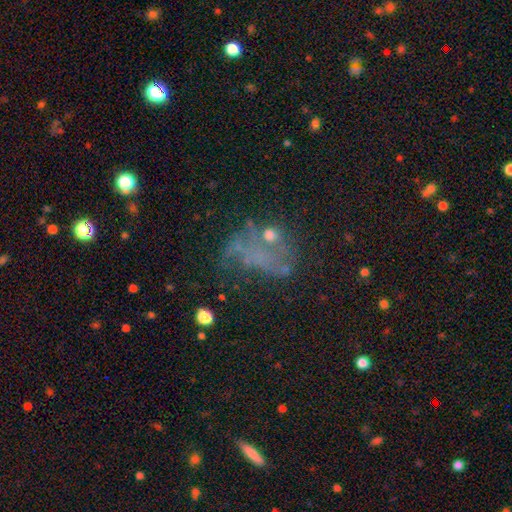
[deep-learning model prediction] Smooth or featured?
  - featured or disk: 39% *
  - smooth: 31%
  - star or artifact: 30%
Merging?
  - major disturbance: 36% *
  - none: 35%
  - minor disturbance: 19%
  - merger: 10%